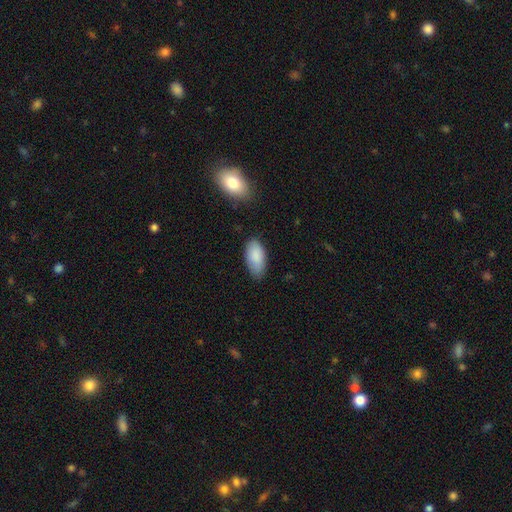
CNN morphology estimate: Q: Smooth or featured?
A: smooth (88%); runner-up: star or artifact (6%)
Q: How rounded?
A: in between (93%); runner-up: cigar-shaped (5%)
Q: Merging?
A: none (76%); runner-up: minor disturbance (19%)